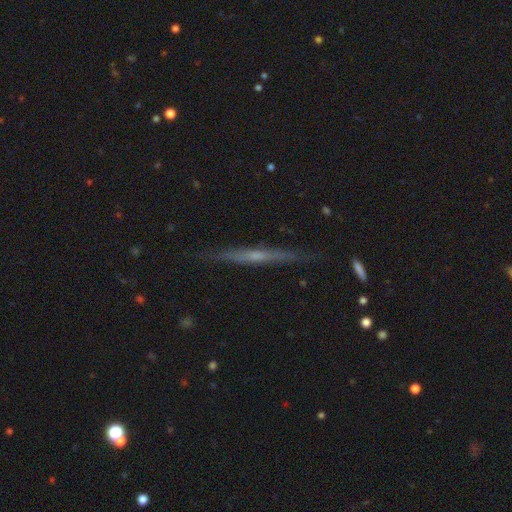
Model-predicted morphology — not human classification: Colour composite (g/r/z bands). It shows a featured or disk galaxy (64%) viewed edge-on (96%) with no central bulge (52%). Merging: none (87%).